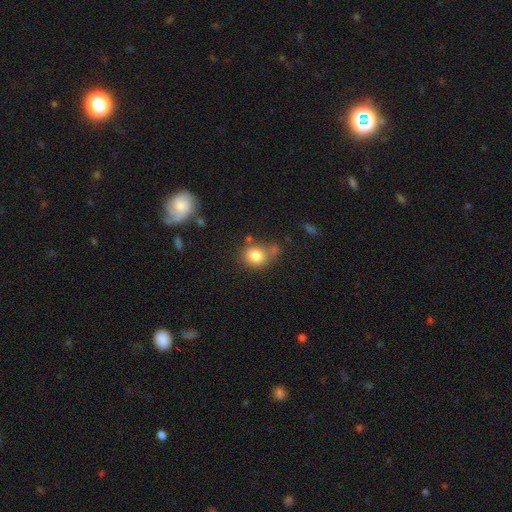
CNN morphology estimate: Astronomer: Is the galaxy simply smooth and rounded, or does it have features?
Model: smooth — 82%.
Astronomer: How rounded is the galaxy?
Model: round — 69%.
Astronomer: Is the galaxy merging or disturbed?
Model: none — 54%.